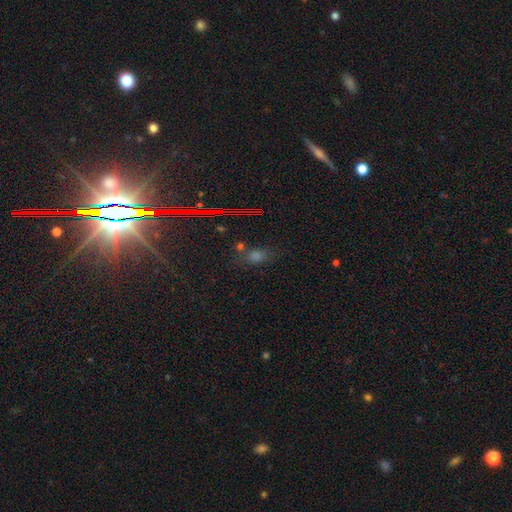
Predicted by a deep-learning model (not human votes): smooth_or_featured: star or artifact (p=0.44) [alt: smooth p=0.42]